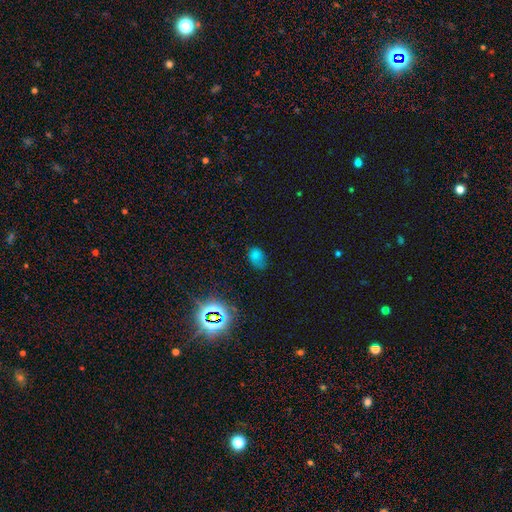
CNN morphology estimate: Smooth or featured?
  - smooth: 67% *
  - star or artifact: 24%
  - featured or disk: 8%
How rounded?
  - in between: 80% *
  - round: 18%
  - cigar-shaped: 2%
Merging?
  - none: 53% *
  - minor disturbance: 31%
  - major disturbance: 13%
  - merger: 3%